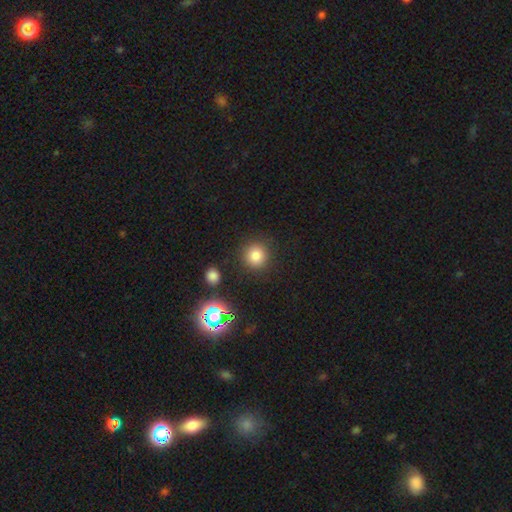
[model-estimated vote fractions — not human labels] This appears to be a smooth galaxy with no disk features (80%) that is round (92%). Merging: none (87%).